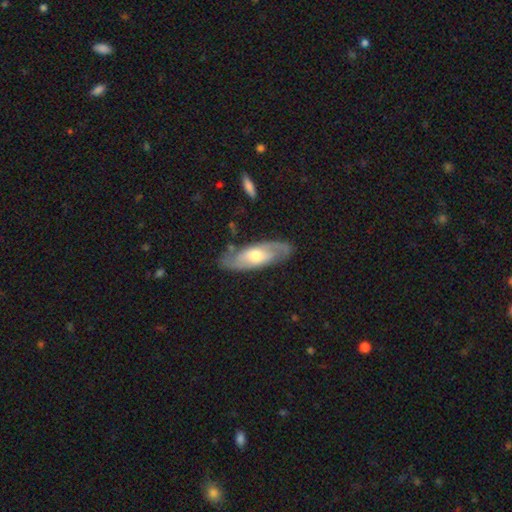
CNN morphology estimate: featured or disk 61%, smooth 34%, star or artifact 5%. Down the decision tree: edge-on disk — no (79%); merging — none (78%).